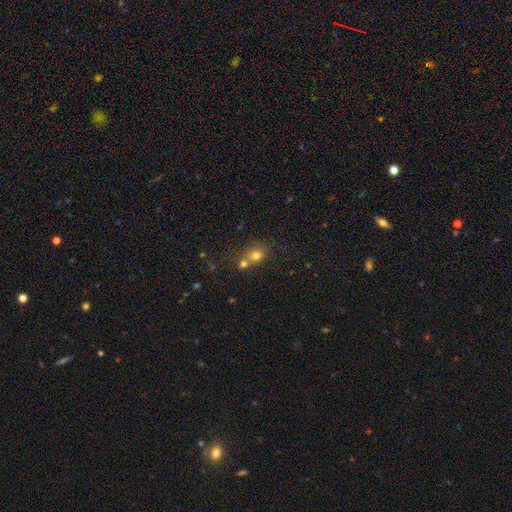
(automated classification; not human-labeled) Smooth or featured: smooth — 73% (star or artifact — 15%)
How rounded: round — 59% (in between — 40%)
Merging: none — 44% (merger — 40%)